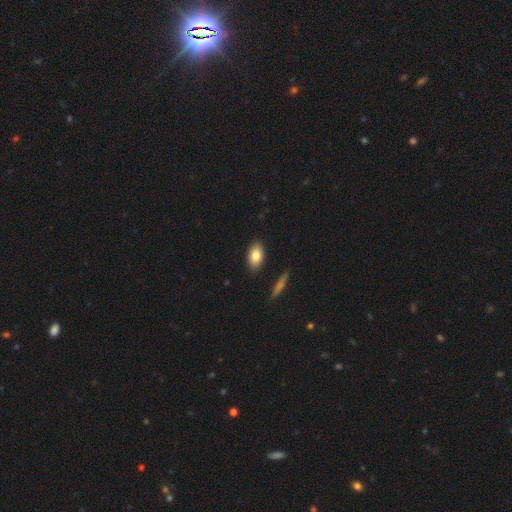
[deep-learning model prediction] Smooth or featured: smooth — 81% (featured or disk — 11%)
How rounded: in between — 89% (round — 7%)
Merging: none — 88% (minor disturbance — 8%)